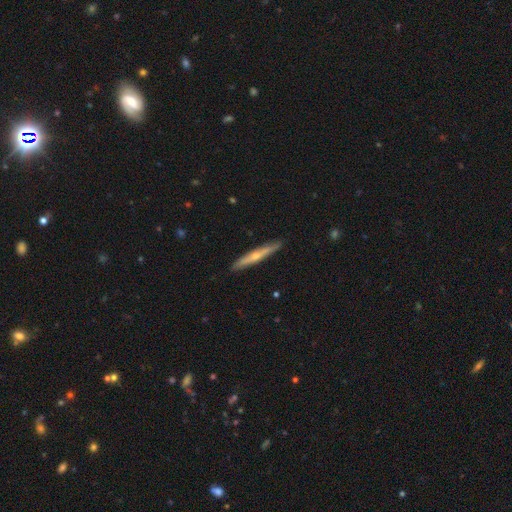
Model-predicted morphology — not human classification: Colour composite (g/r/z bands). It shows a featured or disk galaxy (64%) viewed edge-on (95%) with a rounded central bulge (79%). Merging: none (90%).